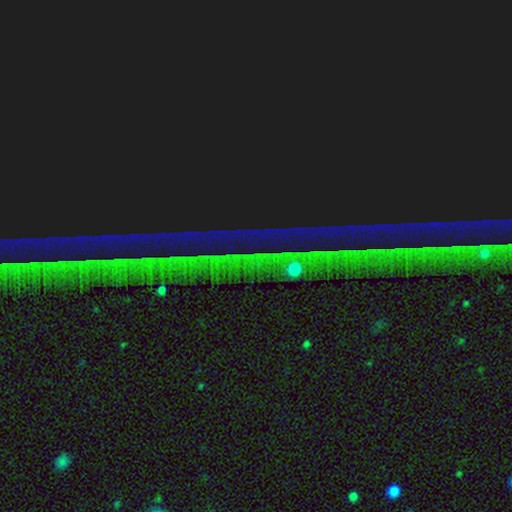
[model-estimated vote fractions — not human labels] This appears to be a star or artifact, not a galaxy (89%).